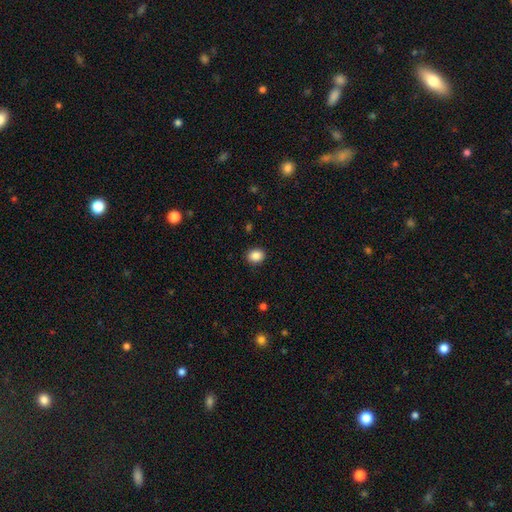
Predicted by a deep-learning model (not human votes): Smooth or featured?
  - smooth: 88% *
  - star or artifact: 9%
  - featured or disk: 3%
How rounded?
  - round: 55% *
  - in between: 44%
  - cigar-shaped: 1%
Merging?
  - none: 90% *
  - minor disturbance: 7%
  - major disturbance: 2%
  - merger: 1%